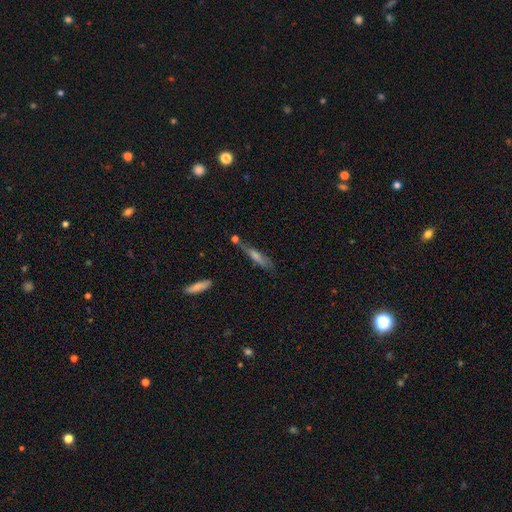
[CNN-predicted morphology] The model was most divided on "smooth or featured": featured or disk: 46%, smooth: 42%, star or artifact: 12%. More confident: merging — none (67%).